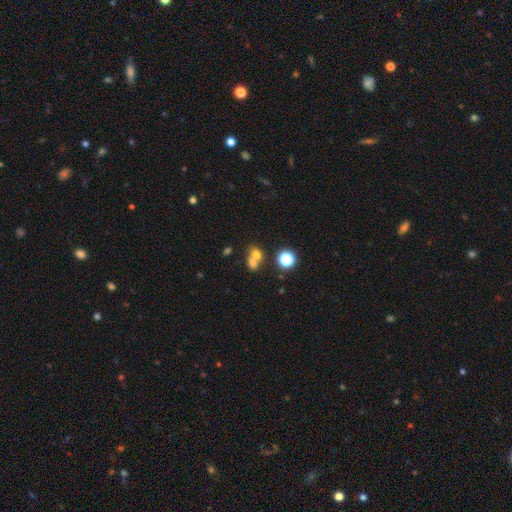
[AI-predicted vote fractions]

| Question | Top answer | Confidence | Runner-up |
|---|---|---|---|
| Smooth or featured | smooth | 67% | star or artifact (17%) |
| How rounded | round | 56% | in between (42%) |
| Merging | merger | 61% | none (29%) |